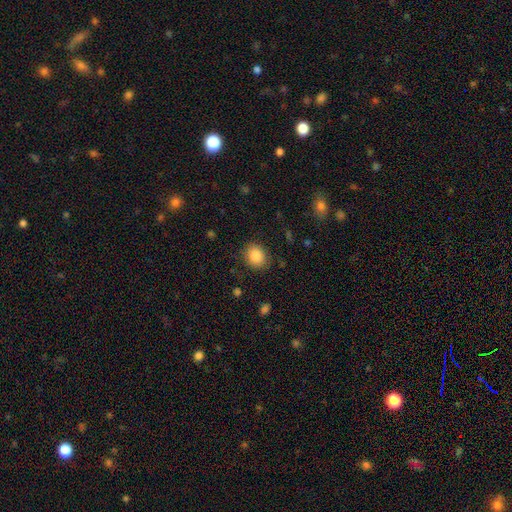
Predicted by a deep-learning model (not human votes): Overall: smooth (87%). How rounded: round (62%; in between 37%). Merging: none (84%).